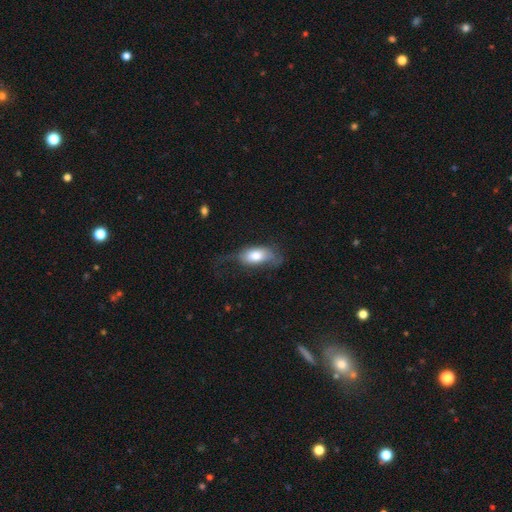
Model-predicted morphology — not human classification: A smooth galaxy with no disk features (68%) that is in between round and cigar-shaped (90%). Merging: none (35%, tied with major disturbance).